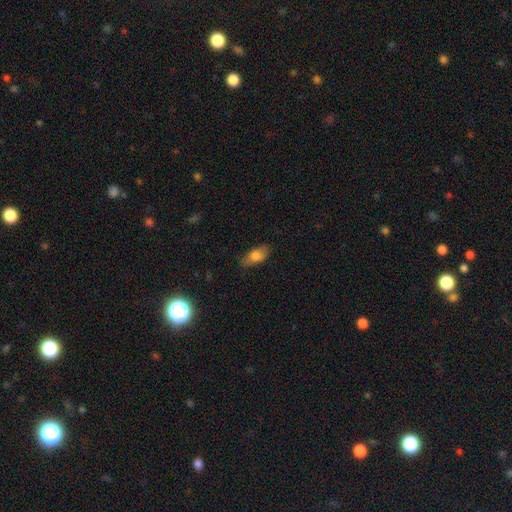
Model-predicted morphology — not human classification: smooth_or_featured: smooth (p=0.75) [alt: featured or disk p=0.17]
how_rounded: in between (p=0.85) [alt: cigar-shaped p=0.11]
merging: none (p=0.79) [alt: minor disturbance p=0.16]